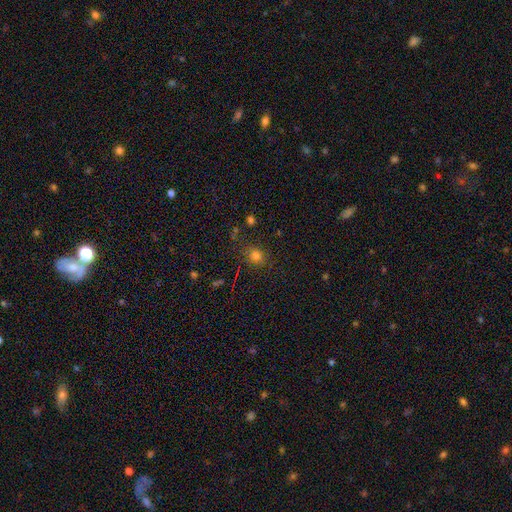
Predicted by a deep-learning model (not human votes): Smooth or featured: smooth — 75% (star or artifact — 18%)
How rounded: round — 71% (in between — 28%)
Merging: none — 80% (minor disturbance — 13%)